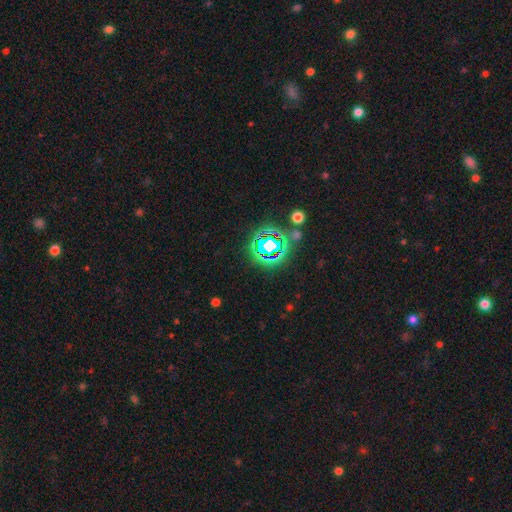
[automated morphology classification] Smooth or featured? star or artifact (77%)